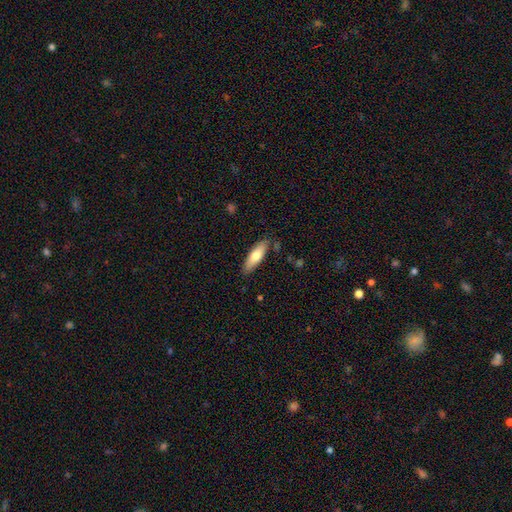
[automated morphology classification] smooth 71%, featured or disk 23%, star or artifact 6%. Down the decision tree: how rounded — in between (52%); merging — none (84%).